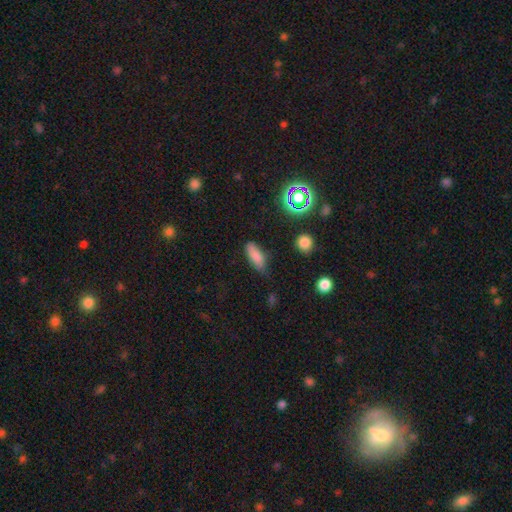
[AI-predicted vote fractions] Morphology: type=smooth (80%); roundness=in between (69%); merging=none (63%).